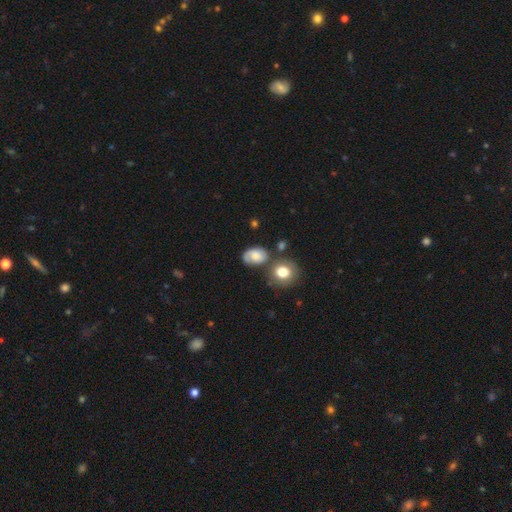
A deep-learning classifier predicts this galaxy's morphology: Q: Smooth or featured?
A: smooth (58%); runner-up: featured or disk (33%)
Q: How rounded?
A: in between (69%); runner-up: round (30%)
Q: Merging?
A: none (51%); runner-up: minor disturbance (25%)